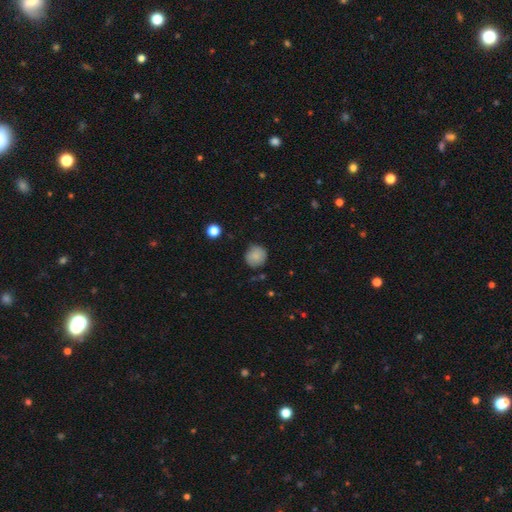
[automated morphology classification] smooth-or-featured: smooth: 82% | featured or disk: 10% | star or artifact: 9%
  how-rounded: round: 90% | in between: 9% | cigar-shaped: 1%
  merging: none: 81% | minor disturbance: 14% | major disturbance: 3% | merger: 2%